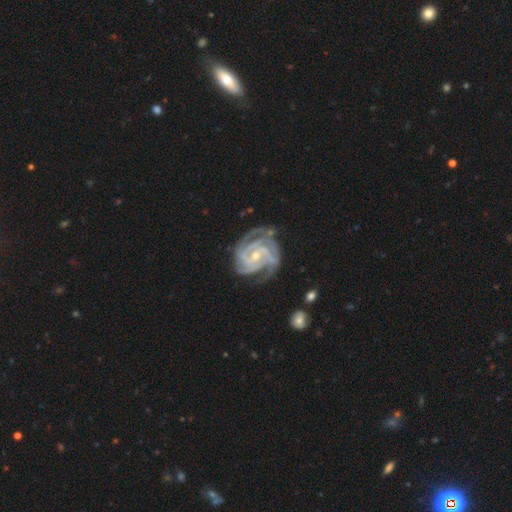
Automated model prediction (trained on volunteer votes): smooth-or-featured: featured or disk: 93% | star or artifact: 4% | smooth: 3%
  disk-edge-on: no: 98% | yes: 2%
    bar: no: 48% | weak: 36% | strong: 16%
    has-spiral-arms: yes: 99% | no: 1%
      spiral-winding: tight: 67% | medium: 30% | loose: 4%
      spiral-arm-count: 3: 39% | 4: 30% | 2: 10% | can't tell: 9% | more than 4: 6% | 1: 6%
    bulge-size: small: 59% | moderate: 38% | large: 1% | none: 1% | dominant: 1%
  merging: none: 69% | minor disturbance: 20% | major disturbance: 9% | merger: 2%